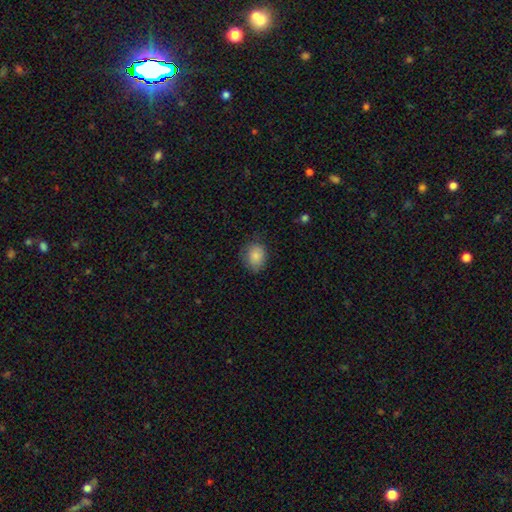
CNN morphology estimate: Smooth or featured? Predicted: smooth (p=0.86). How rounded? Predicted: in between (p=0.51). Merging? Predicted: none (p=0.74).